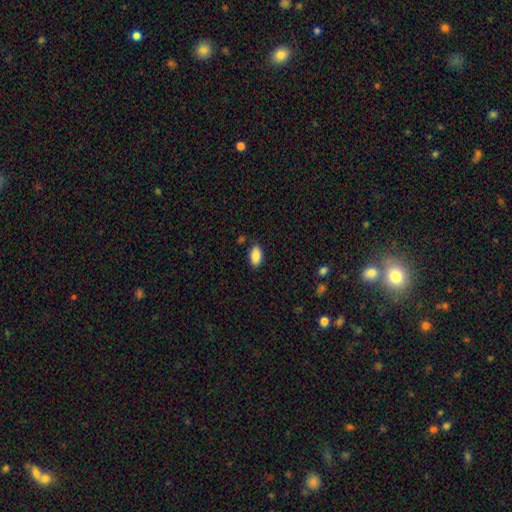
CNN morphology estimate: Overall: smooth (89%). How rounded: in between (93%). Merging: none (83%).